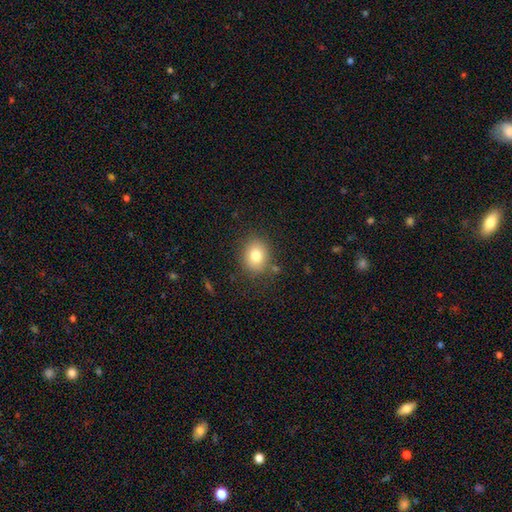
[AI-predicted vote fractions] A smooth galaxy with no disk features (79%) that is round (62%). Merging: none (82%).